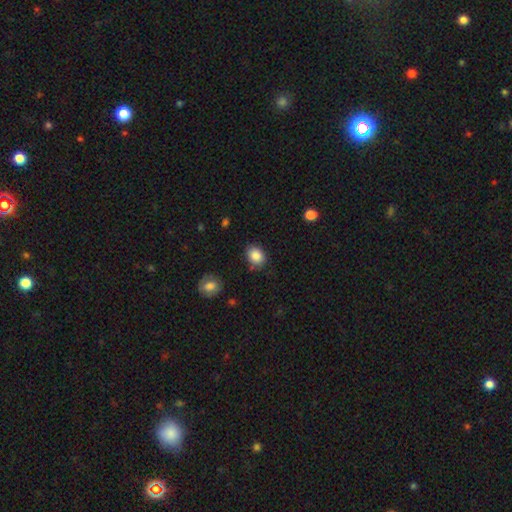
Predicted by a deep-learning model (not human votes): smooth-or-featured: smooth: 87% | star or artifact: 9% | featured or disk: 5%
  how-rounded: in between: 55% | round: 44% | cigar-shaped: 1%
  merging: none: 79% | minor disturbance: 16% | major disturbance: 3% | merger: 3%